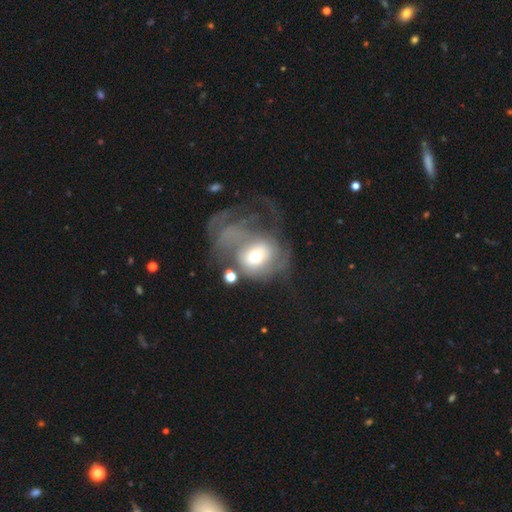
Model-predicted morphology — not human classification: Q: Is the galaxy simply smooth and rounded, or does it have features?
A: featured or disk — 50%.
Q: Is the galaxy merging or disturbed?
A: major disturbance — 59%.